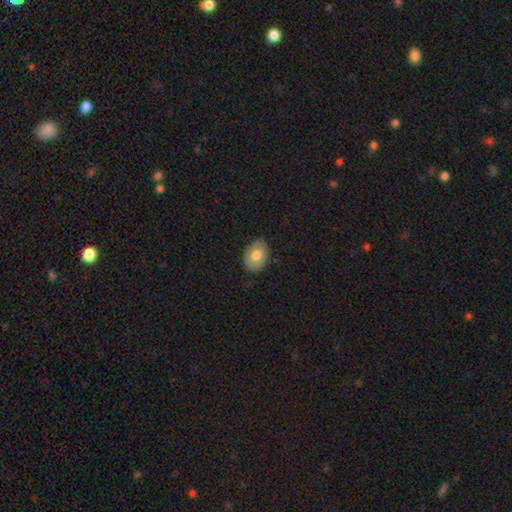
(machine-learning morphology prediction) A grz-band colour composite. It shows a smooth galaxy with no disk features (72%) that is in between round and cigar-shaped (79%). Merging: none (83%).